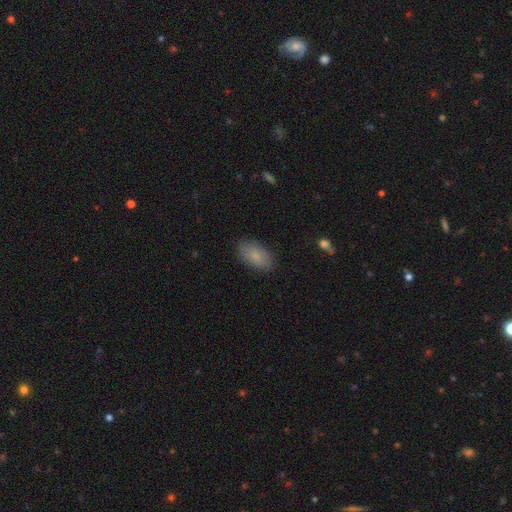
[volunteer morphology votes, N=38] Smooth or featured?
  - smooth: 79% *
  - featured or disk: 13%
  - star or artifact: 8%
How rounded?
  - in between: 97% *
  - round: 3%
  - cigar-shaped: 0%
Merging?
  - none: 86% *
  - minor disturbance: 11%
  - merger: 3%
  - major disturbance: 0%